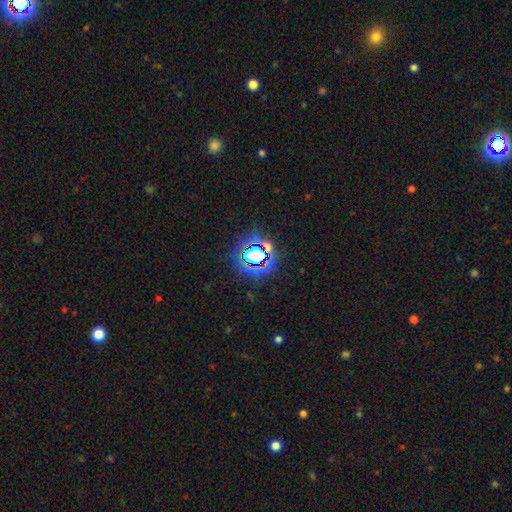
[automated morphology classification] Smooth or featured? star or artifact (66%)